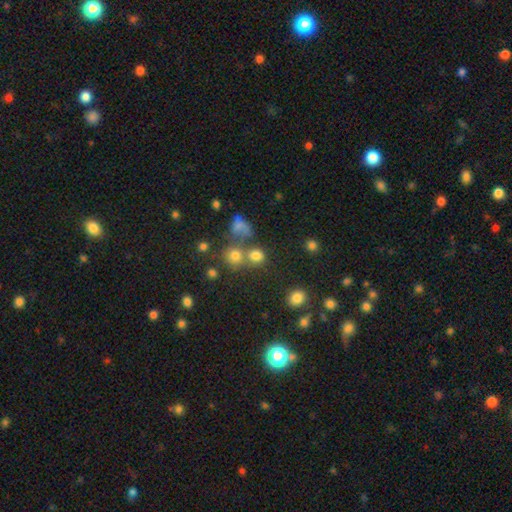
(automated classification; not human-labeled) smooth-or-featured: smooth: 76% | star or artifact: 16% | featured or disk: 8%
  how-rounded: round: 79% | in between: 20% | cigar-shaped: 1%
  merging: none: 53% | merger: 31% | minor disturbance: 10% | major disturbance: 6%